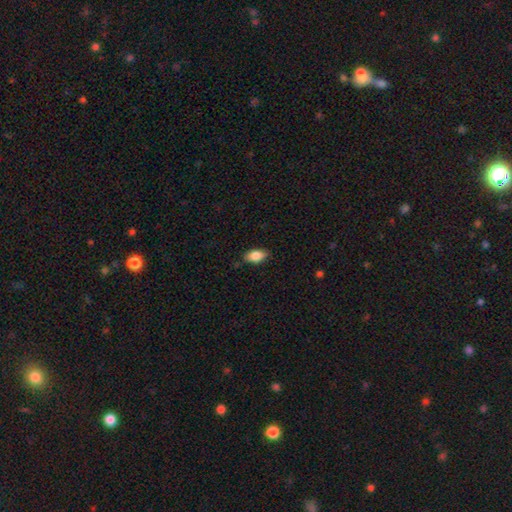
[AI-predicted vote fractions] smooth_or_featured: smooth (p=0.84) [alt: featured or disk p=0.09]
how_rounded: in between (p=0.91) [alt: round p=0.05]
merging: none (p=0.81) [alt: minor disturbance p=0.15]